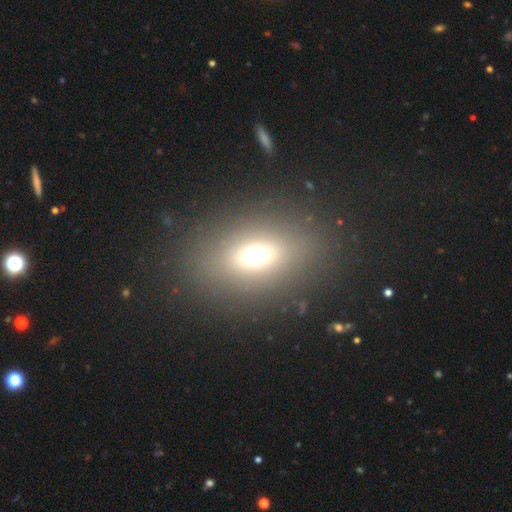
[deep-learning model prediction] Q: Smooth or featured?
A: smooth (61%); runner-up: star or artifact (21%)
Q: How rounded?
A: in between (69%); runner-up: round (27%)
Q: Merging?
A: none (83%); runner-up: minor disturbance (9%)